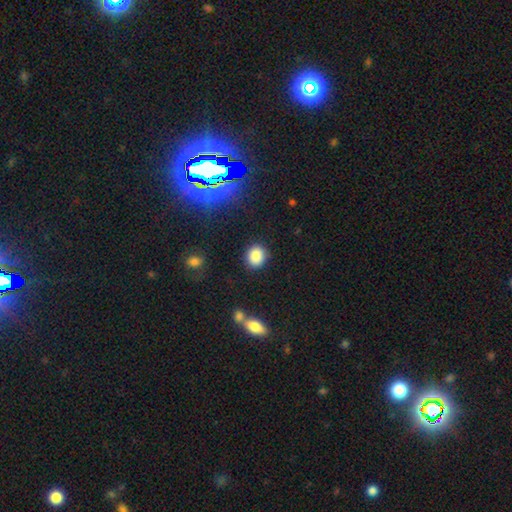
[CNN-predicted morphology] Smooth or featured? smooth (86%)
How rounded? round (63%)
Merging? none (85%)